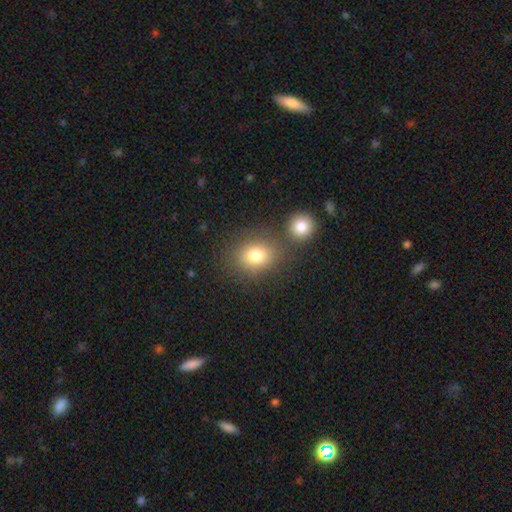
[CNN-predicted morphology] smooth 79%, star or artifact 12%, featured or disk 10%. Down the decision tree: how rounded — round (59%); merging — none (64%).